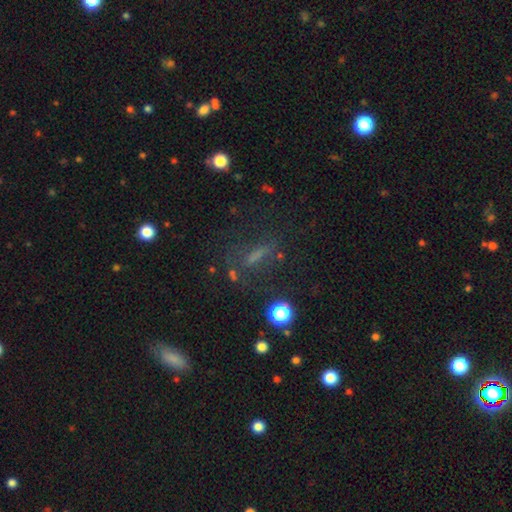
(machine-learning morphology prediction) smooth 48%, star or artifact 26%, featured or disk 25%. Down the decision tree: merging — none (67%).